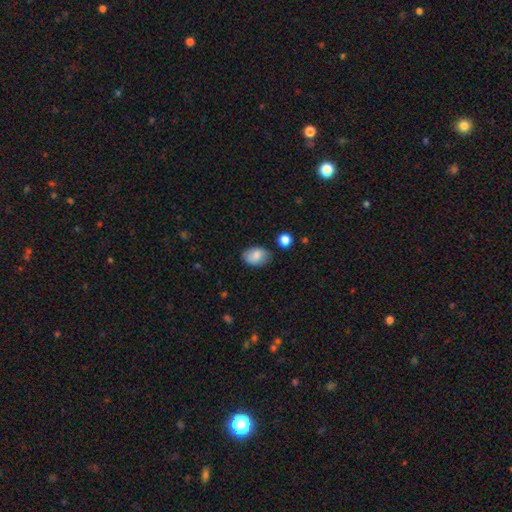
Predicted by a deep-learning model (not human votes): The model was most divided on "merging": none: 79%, minor disturbance: 16%, major disturbance: 3%, merger: 2%. More confident: how rounded — in between (84%); smooth or featured — smooth (82%).